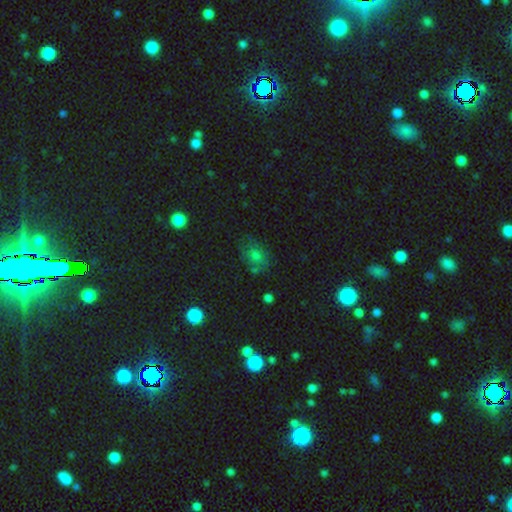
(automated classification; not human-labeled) Morphology: type=smooth (59%); roundness=in between (52%); merging=none (67%).